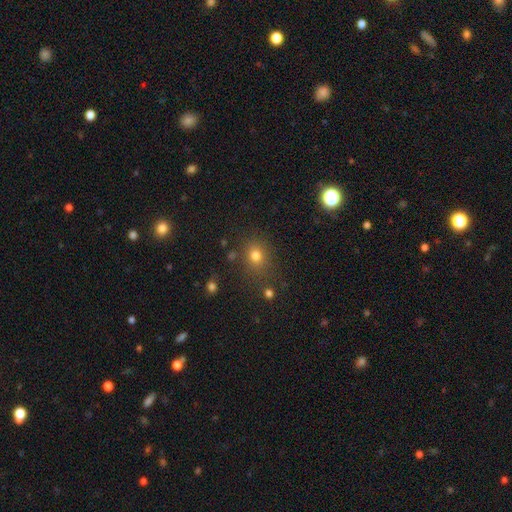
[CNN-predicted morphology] A smooth galaxy with no disk features (73%) that is round (69%).

Vote fractions:
- Smooth or featured? smooth: 73% / star or artifact: 19% / featured or disk: 8%
- How rounded? round: 69% / in between: 30% / cigar-shaped: 1%
- Merging? none: 79% / minor disturbance: 12% / merger: 5% / major disturbance: 5%